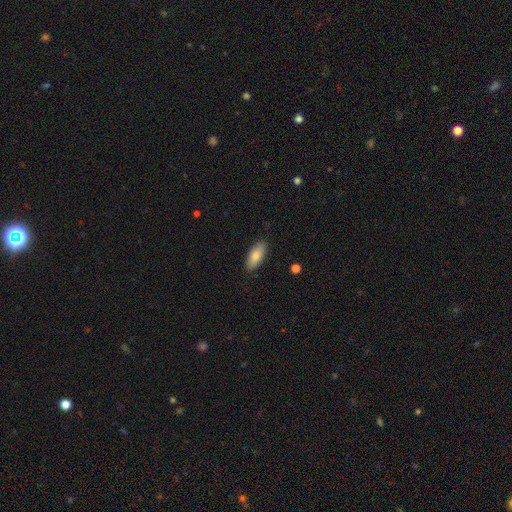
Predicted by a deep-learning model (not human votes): Smooth or featured? Predicted: smooth (p=0.81). How rounded? Predicted: in between (p=0.85). Merging? Predicted: none (p=0.88).